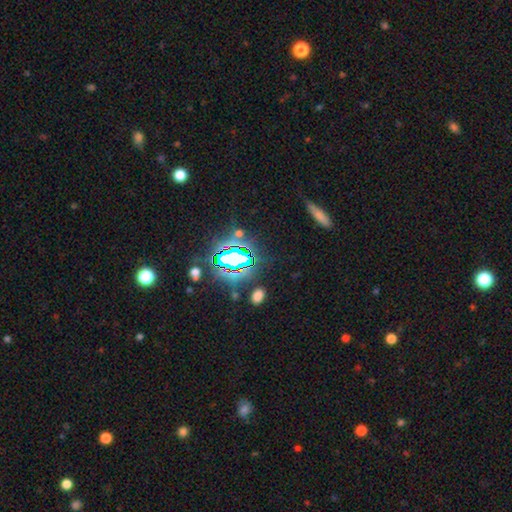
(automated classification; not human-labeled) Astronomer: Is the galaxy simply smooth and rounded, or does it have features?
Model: star or artifact — 78%.